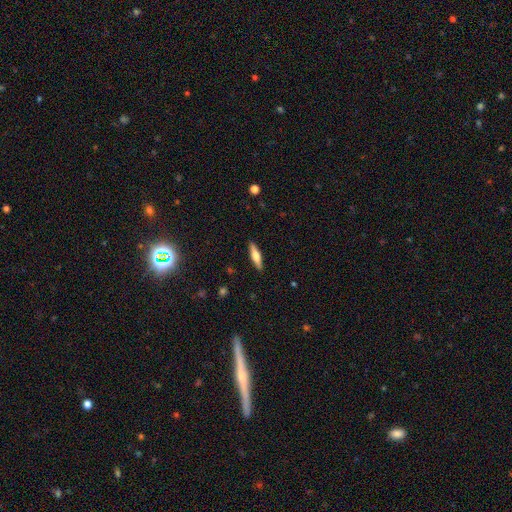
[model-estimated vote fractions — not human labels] Morphology: type=smooth (55%); roundness=cigar-shaped (74%); merging=none (90%).